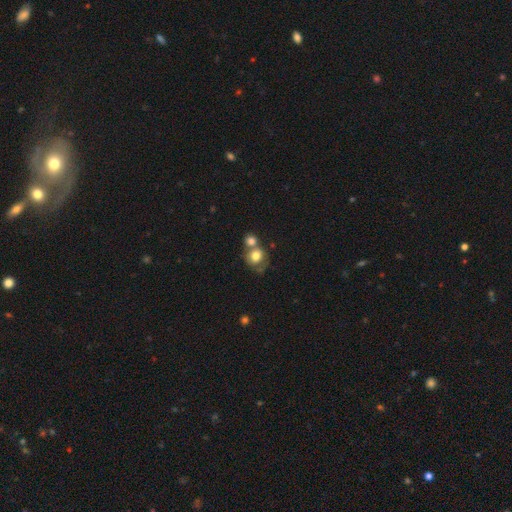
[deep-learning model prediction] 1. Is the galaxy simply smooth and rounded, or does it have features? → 74% smooth, 17% featured or disk, 9% star or artifact.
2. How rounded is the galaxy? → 73% round, 26% in between, 1% cigar-shaped.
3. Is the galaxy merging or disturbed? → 52% merger, 31% none, 11% minor disturbance, 7% major disturbance.